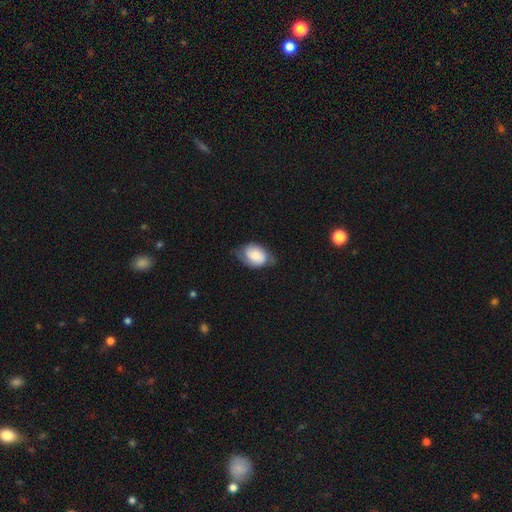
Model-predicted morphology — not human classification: Smooth or featured? smooth (64%)
How rounded? in between (81%)
Merging? none (53%)